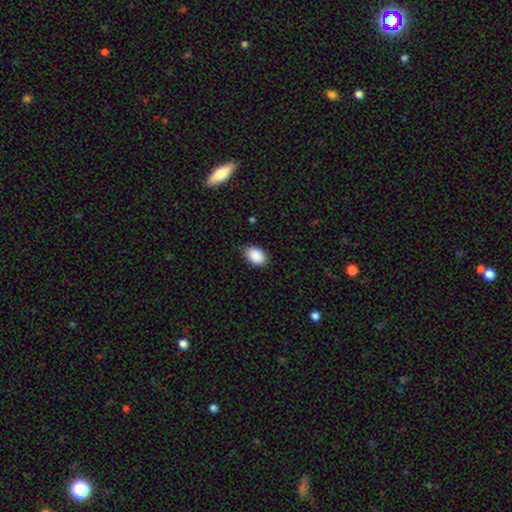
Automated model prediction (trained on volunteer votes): Q: Smooth or featured?
A: smooth (89%); runner-up: star or artifact (7%)
Q: How rounded?
A: in between (82%); runner-up: round (17%)
Q: Merging?
A: none (76%); runner-up: minor disturbance (20%)